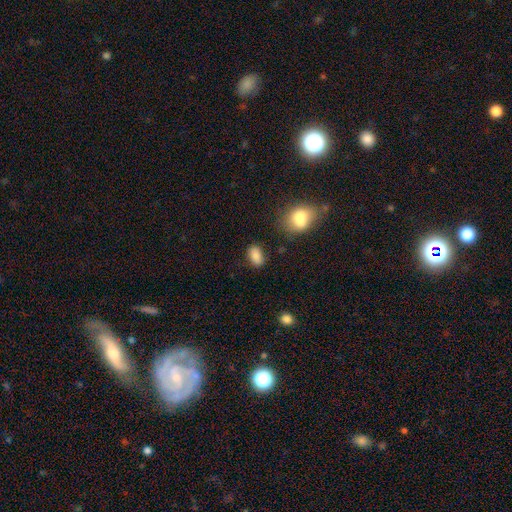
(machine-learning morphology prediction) A smooth galaxy with no disk features (86%) that is in between round and cigar-shaped (88%). Merging: none (78%).